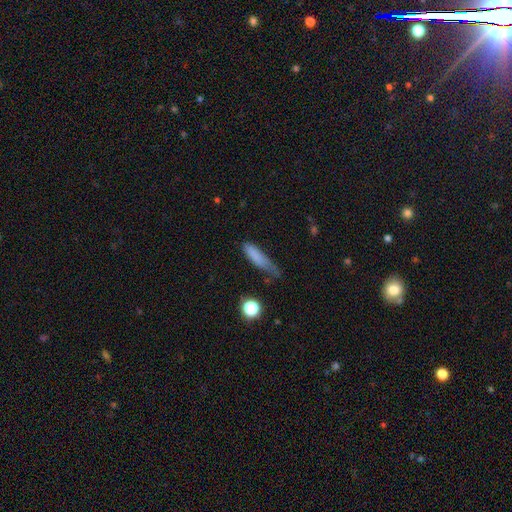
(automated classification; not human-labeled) smooth_or_featured: smooth (p=0.76) [alt: featured or disk p=0.14]
how_rounded: cigar-shaped (p=0.65) [alt: in between p=0.32]
merging: minor disturbance (p=0.39) [alt: none p=0.35]